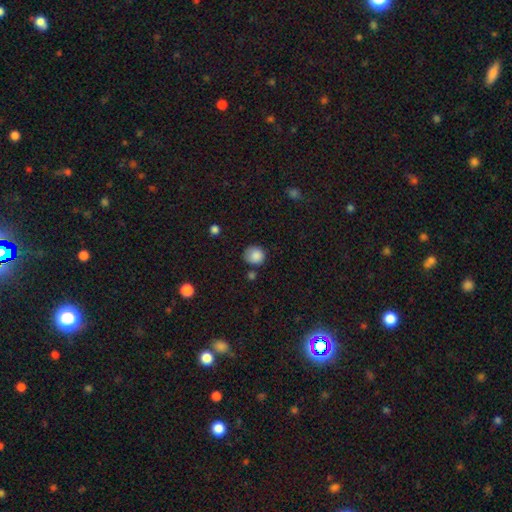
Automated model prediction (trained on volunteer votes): smooth 86%, star or artifact 9%, featured or disk 5%. Down the decision tree: how rounded — round (83%); merging — none (65%).